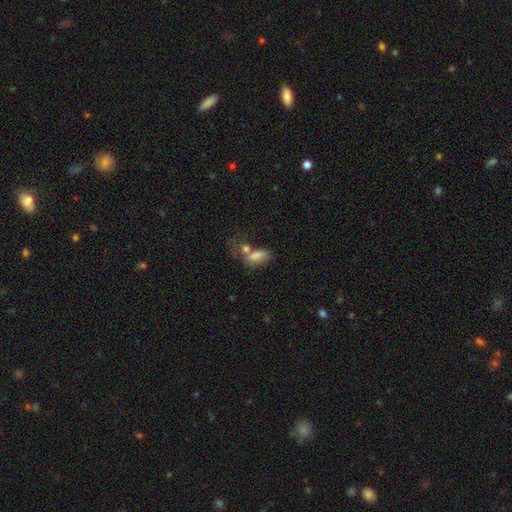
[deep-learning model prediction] A smooth galaxy with no disk features (75%) that is in between round and cigar-shaped (84%).

Vote fractions:
- Smooth or featured? smooth: 75% / featured or disk: 14% / star or artifact: 11%
- How rounded? in between: 84% / cigar-shaped: 9% / round: 7%
- Merging? merger: 43% / none: 29% / major disturbance: 15% / minor disturbance: 14%